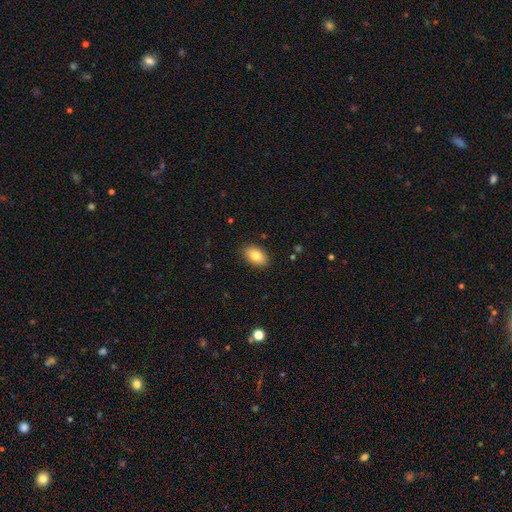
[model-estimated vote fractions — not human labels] Morphology: type=smooth (82%); roundness=in between (90%); merging=none (88%).